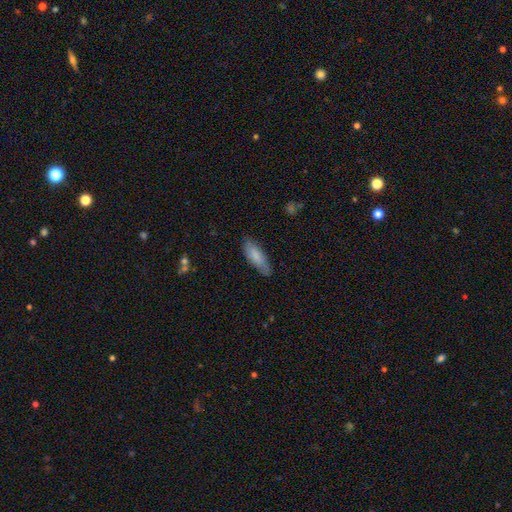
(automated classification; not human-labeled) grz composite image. It shows a smooth galaxy with no disk features (78%) that is in between round and cigar-shaped (59%). Merging: none (77%).